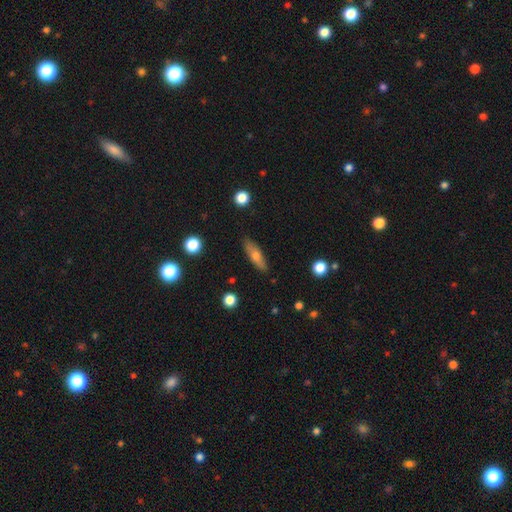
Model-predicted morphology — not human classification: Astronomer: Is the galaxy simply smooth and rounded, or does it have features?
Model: smooth — 57% (runner-up: featured or disk, 36%).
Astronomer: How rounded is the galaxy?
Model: cigar-shaped — 62%.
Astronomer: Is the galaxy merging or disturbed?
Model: none — 86%.